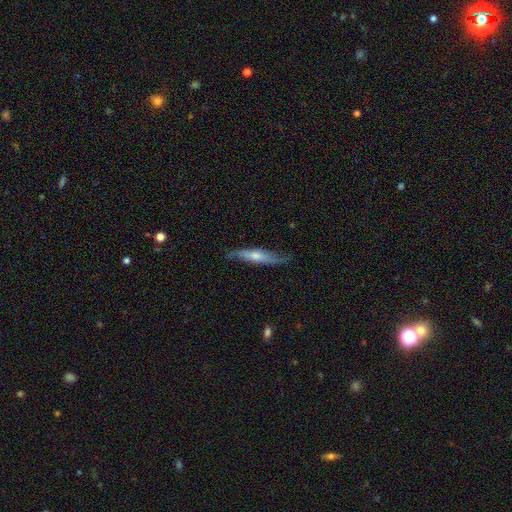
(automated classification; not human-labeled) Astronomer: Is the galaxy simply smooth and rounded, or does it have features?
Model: featured or disk — 62%.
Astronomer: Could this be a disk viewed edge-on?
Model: yes — 68%.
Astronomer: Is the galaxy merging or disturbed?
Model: none — 72%.